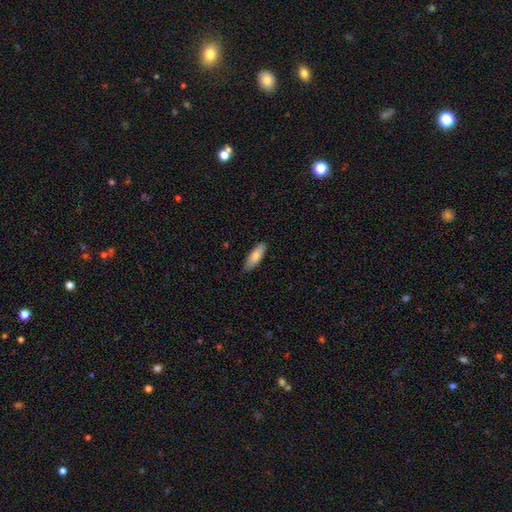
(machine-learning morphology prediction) This is likely a smooth galaxy (80%). How rounded: possibly in between (55%). Merging: likely none (80%).